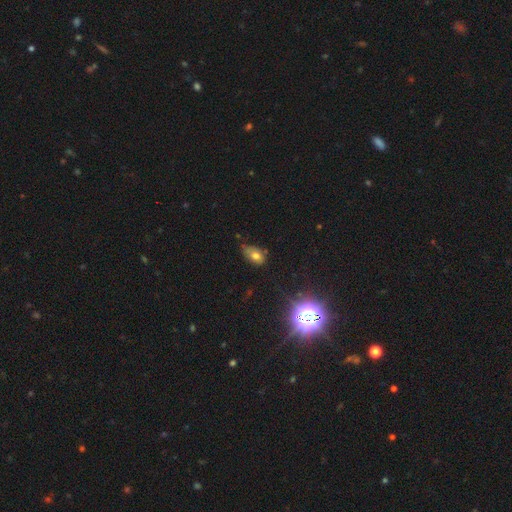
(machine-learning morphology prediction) This is likely a smooth galaxy (66%). How rounded: clearly in between (81%). Merging: marginally none (43%).